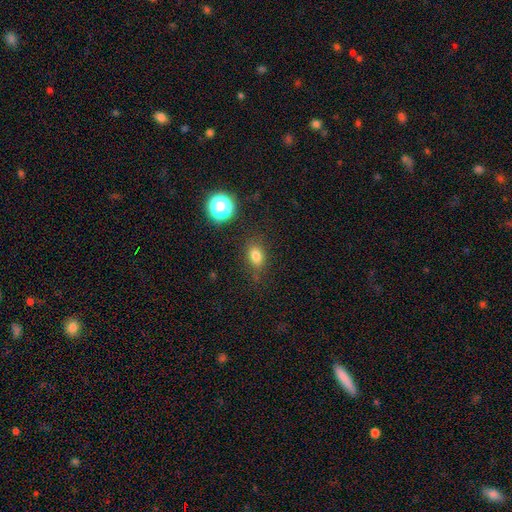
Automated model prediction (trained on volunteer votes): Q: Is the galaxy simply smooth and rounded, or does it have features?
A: smooth — 78%.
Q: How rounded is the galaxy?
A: in between — 71%.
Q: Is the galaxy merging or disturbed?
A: none — 77%.